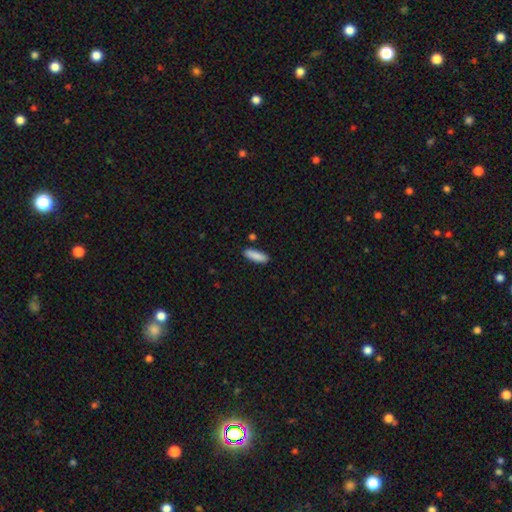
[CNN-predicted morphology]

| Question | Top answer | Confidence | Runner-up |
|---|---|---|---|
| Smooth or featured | smooth | 88% | star or artifact (6%) |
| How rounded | cigar-shaped | 57% | in between (42%) |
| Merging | none | 86% | minor disturbance (9%) |